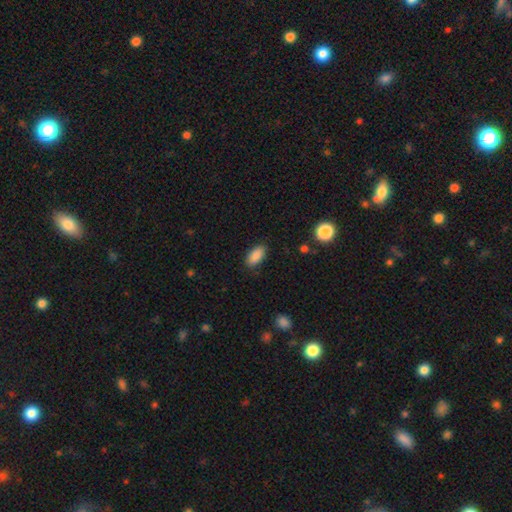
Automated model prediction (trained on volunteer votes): The model was most divided on "merging": none: 85%, minor disturbance: 11%, major disturbance: 3%, merger: 1%. More confident: how rounded — in between (91%); smooth or featured — smooth (88%).